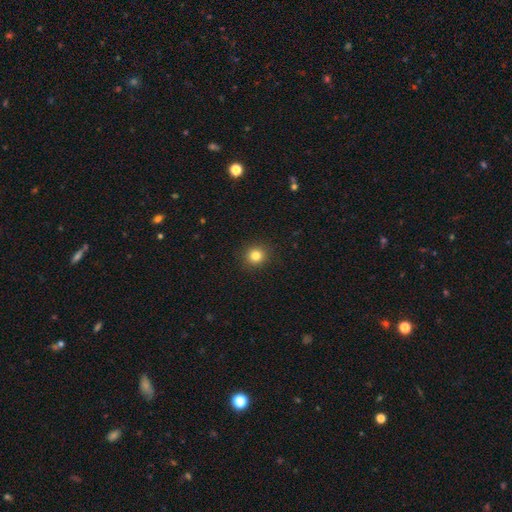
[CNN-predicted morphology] A smooth galaxy with no disk features (82%) that is round (90%). Merging: none (92%).